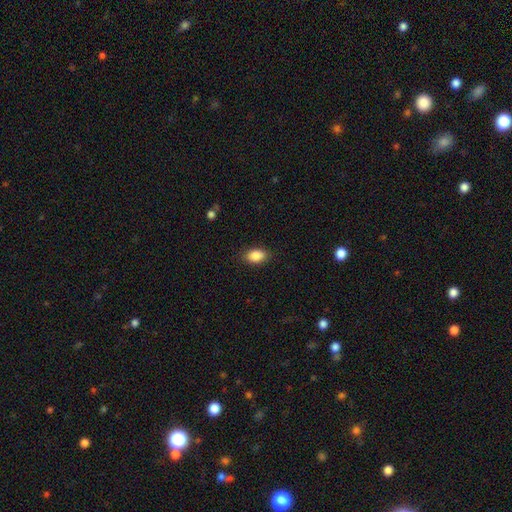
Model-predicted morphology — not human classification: Overall: smooth (87%). How rounded: in between (87%). Merging: none (86%).